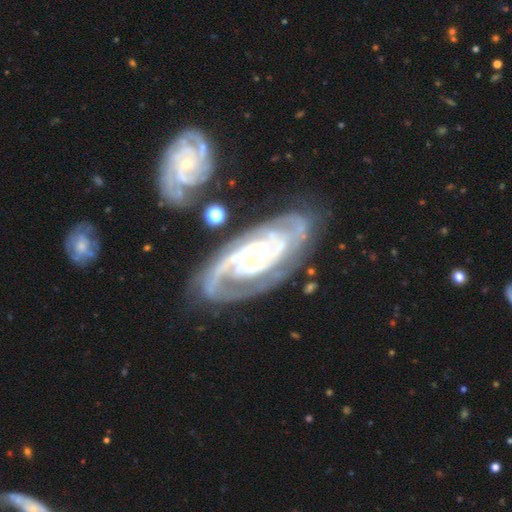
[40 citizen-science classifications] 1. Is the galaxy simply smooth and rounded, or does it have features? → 95% featured or disk, 2% smooth, 2% star or artifact.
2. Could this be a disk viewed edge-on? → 97% no, 3% yes.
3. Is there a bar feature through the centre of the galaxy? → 65% no, 27% weak, 8% strong.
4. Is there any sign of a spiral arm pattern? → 100% yes, 0% no.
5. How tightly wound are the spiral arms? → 62% tight, 35% medium, 3% loose.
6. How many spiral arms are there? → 35% 3, 30% 2, 22% can't tell, 8% 4, 5% more than 4, 0% 1.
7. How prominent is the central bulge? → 49% small, 43% moderate, 5% large, 3% none, 0% dominant.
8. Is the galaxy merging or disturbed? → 79% none, 13% minor disturbance, 5% merger, 3% major disturbance.